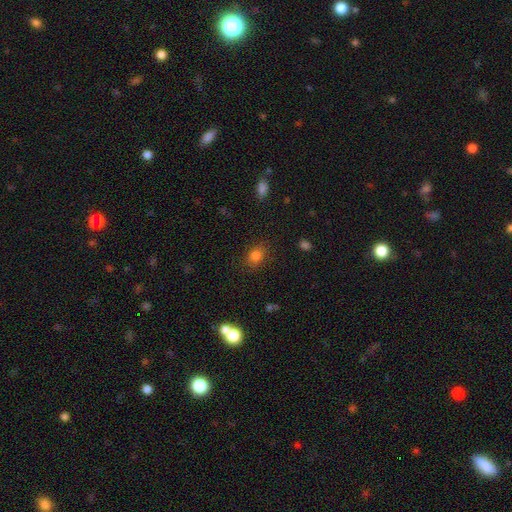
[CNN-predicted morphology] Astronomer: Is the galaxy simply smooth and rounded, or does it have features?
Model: smooth — 80%.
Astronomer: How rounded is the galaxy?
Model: in between — 56% (runner-up: round, 43%).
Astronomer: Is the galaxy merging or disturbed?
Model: none — 85%.